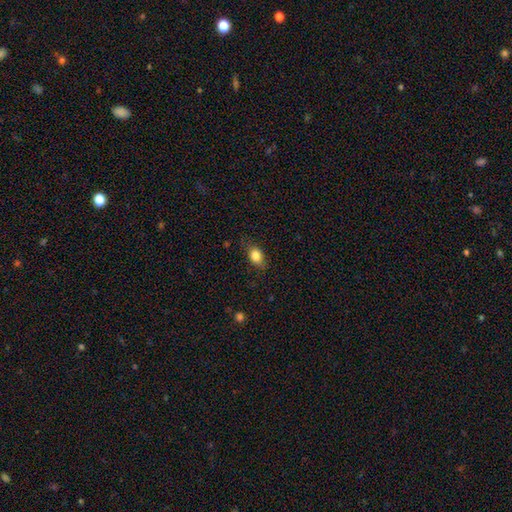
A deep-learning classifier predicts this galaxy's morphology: Q: Smooth or featured?
A: smooth (83%); runner-up: star or artifact (9%)
Q: How rounded?
A: in between (70%); runner-up: round (28%)
Q: Merging?
A: none (77%); runner-up: minor disturbance (17%)